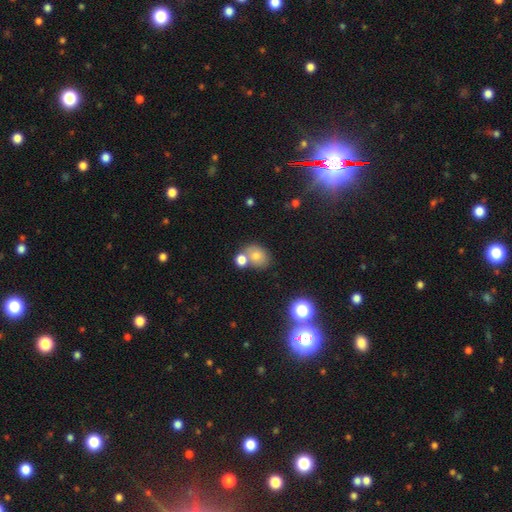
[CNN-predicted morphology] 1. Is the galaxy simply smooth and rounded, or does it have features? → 73% smooth, 14% star or artifact, 13% featured or disk.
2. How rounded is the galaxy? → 53% round, 46% in between, 1% cigar-shaped.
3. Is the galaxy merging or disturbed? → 52% none, 33% merger, 11% minor disturbance, 4% major disturbance.